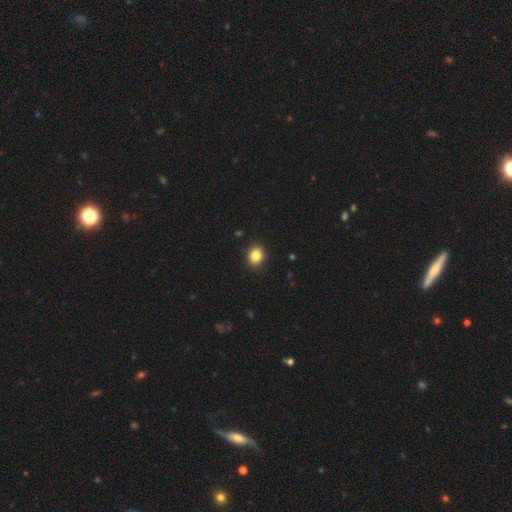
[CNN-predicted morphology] smooth-or-featured: smooth: 84% | star or artifact: 10% | featured or disk: 5%
  how-rounded: round: 61% | in between: 38% | cigar-shaped: 1%
  merging: none: 90% | minor disturbance: 7% | major disturbance: 2% | merger: 1%